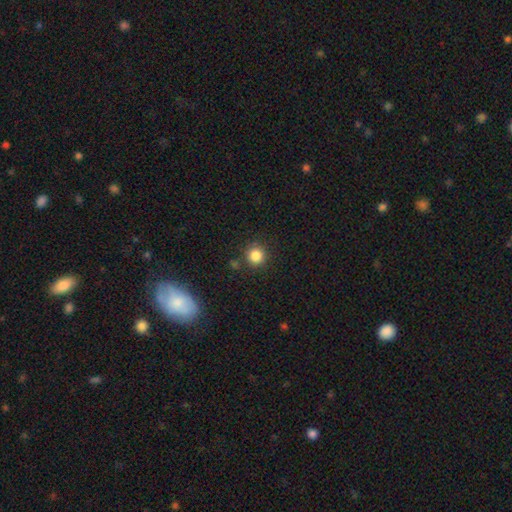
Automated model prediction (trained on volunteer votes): Q: Smooth or featured?
A: smooth (84%); runner-up: star or artifact (12%)
Q: How rounded?
A: round (94%); runner-up: in between (5%)
Q: Merging?
A: none (85%); runner-up: minor disturbance (8%)